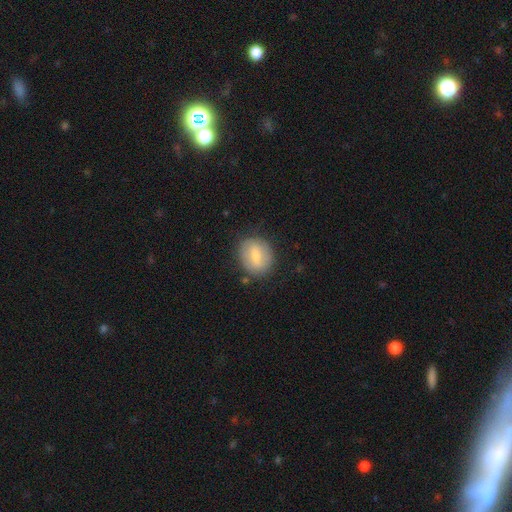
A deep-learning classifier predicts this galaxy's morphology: type=smooth (62%); roundness=round (64%); merging=none (81%).